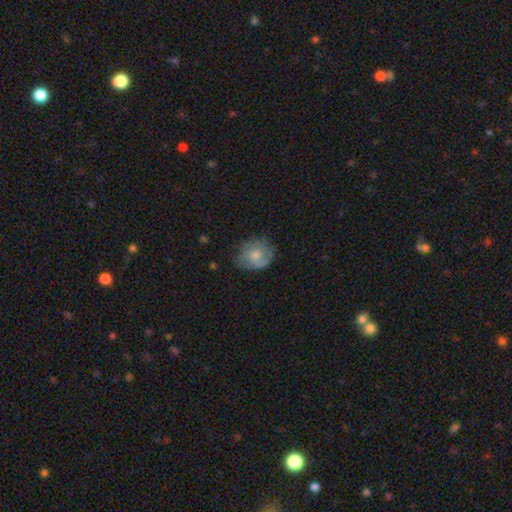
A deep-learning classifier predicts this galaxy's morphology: This is possibly a smooth galaxy (59%). How rounded: likely round (62%). Merging: possibly none (59%).